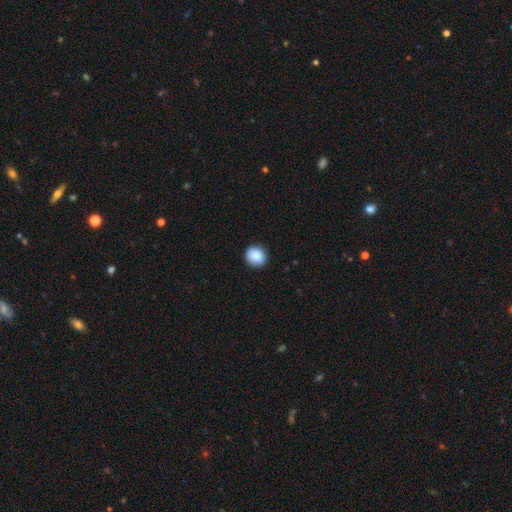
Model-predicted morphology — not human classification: smooth_or_featured: smooth (p=0.87) [alt: star or artifact p=0.08]
how_rounded: round (p=0.80) [alt: in between p=0.19]
merging: none (p=0.90) [alt: minor disturbance p=0.07]